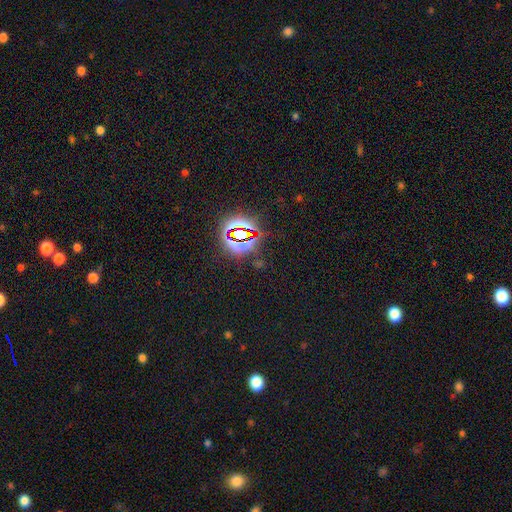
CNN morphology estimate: The model was most divided on "smooth or featured": star or artifact: 81%, smooth: 12%, featured or disk: 7%.